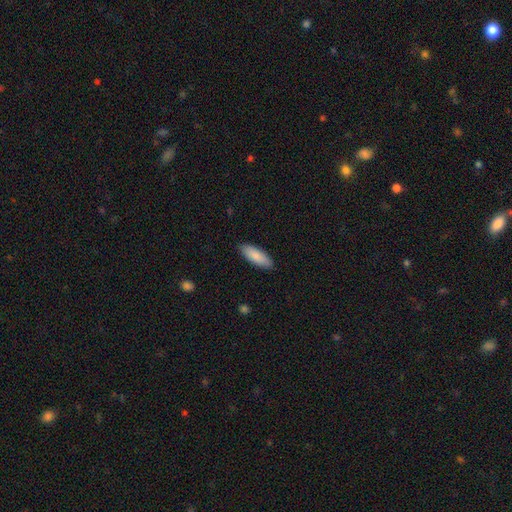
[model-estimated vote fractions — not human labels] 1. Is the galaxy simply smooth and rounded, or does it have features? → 87% smooth, 8% featured or disk, 5% star or artifact.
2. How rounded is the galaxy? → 71% in between, 28% cigar-shaped, 2% round.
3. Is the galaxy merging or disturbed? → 88% none, 9% minor disturbance, 2% major disturbance, 1% merger.